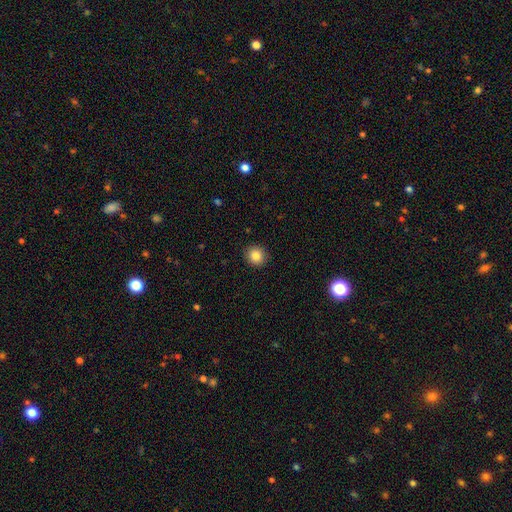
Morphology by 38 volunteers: A smooth galaxy with no disk features (95%) that is round (78%). Merging: none (92%).